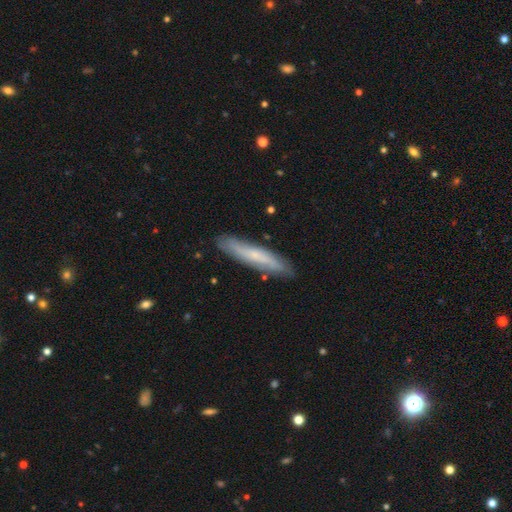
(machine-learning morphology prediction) The model was most divided on "smooth or featured": smooth: 47%, featured or disk: 46%, star or artifact: 7%. More confident: merging — none (84%).